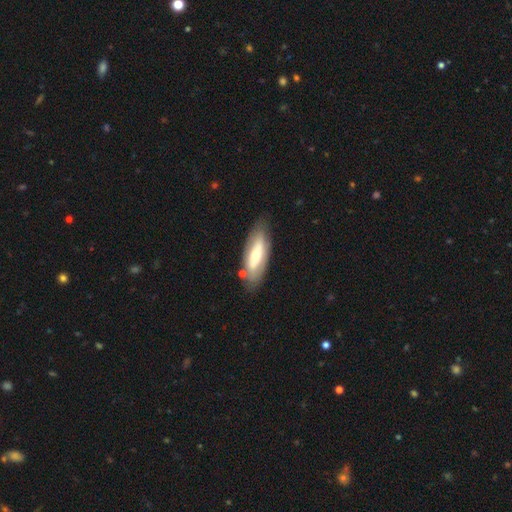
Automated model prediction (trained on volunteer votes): A featured or disk galaxy (50%).

Vote fractions:
- Smooth or featured? featured or disk: 50% / smooth: 45% / star or artifact: 6%
- Merging? none: 76% / minor disturbance: 15% / major disturbance: 5% / merger: 4%